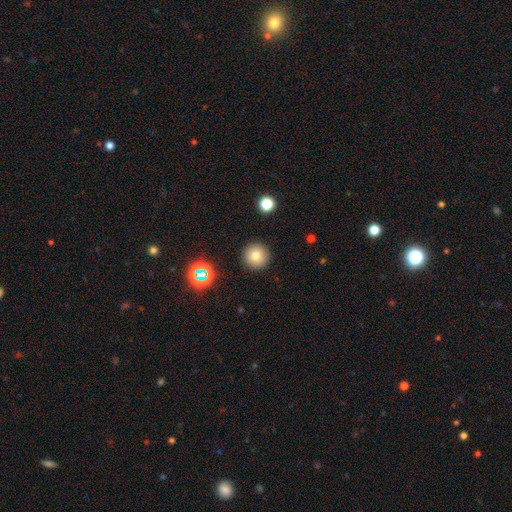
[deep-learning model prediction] Smooth or featured: smooth — 77% (star or artifact — 14%)
How rounded: round — 96% (in between — 3%)
Merging: none — 91% (minor disturbance — 5%)